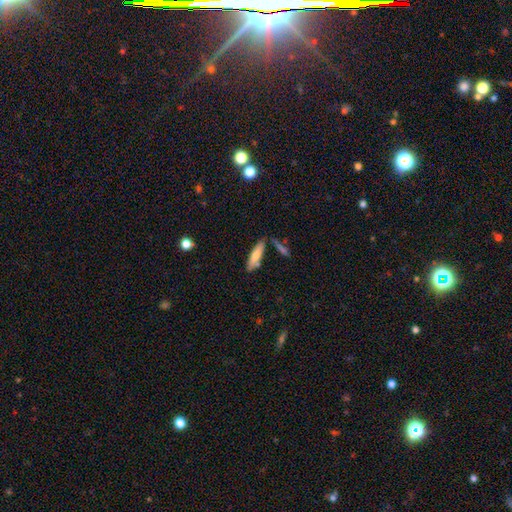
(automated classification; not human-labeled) Morphology: type=smooth (66%); roundness=cigar-shaped (70%); merging=none (72%).